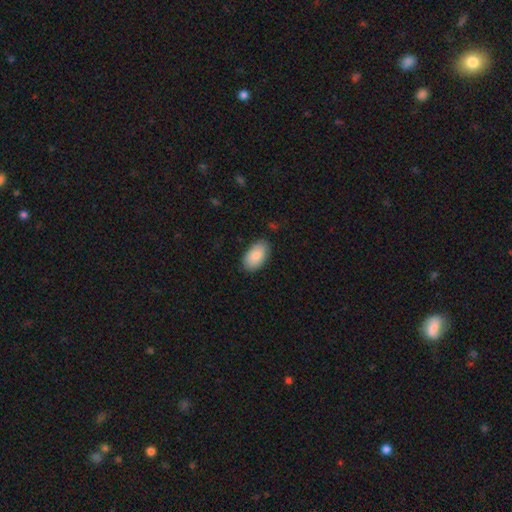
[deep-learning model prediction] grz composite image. It shows a smooth galaxy with no disk features (86%) that is in between round and cigar-shaped (94%). Merging: none (85%).